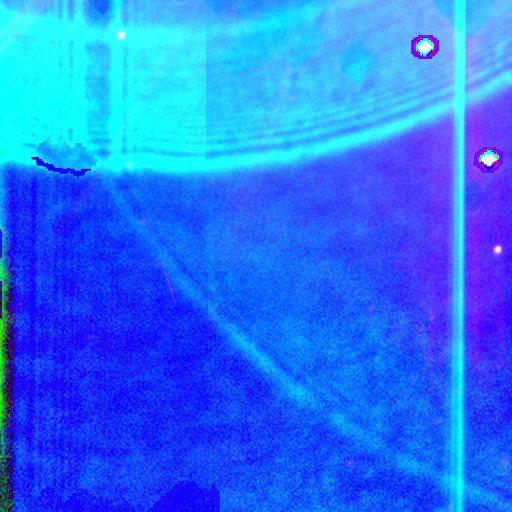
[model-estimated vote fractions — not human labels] Smooth or featured?
  - star or artifact: 85% *
  - featured or disk: 8%
  - smooth: 7%